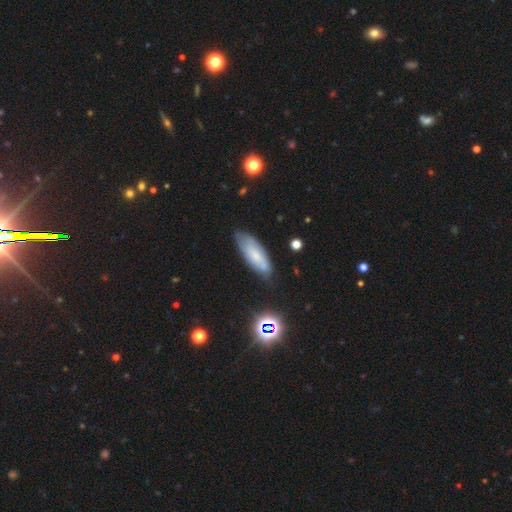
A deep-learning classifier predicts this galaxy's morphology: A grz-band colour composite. It shows a smooth galaxy with no disk features (54%) that is in between round and cigar-shaped (66%). Merging: none (69%).